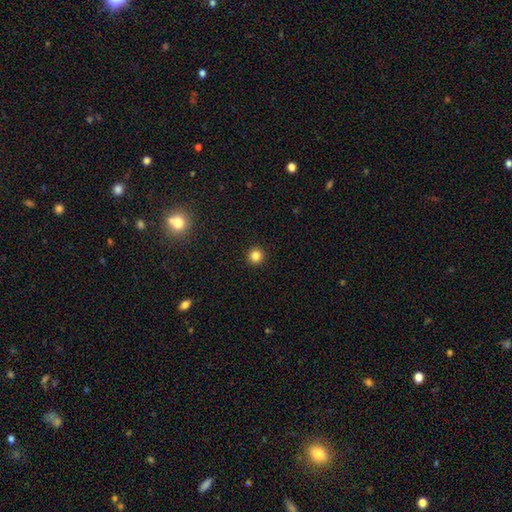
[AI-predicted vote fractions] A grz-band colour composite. It shows a smooth galaxy with no disk features (84%) that is round (95%). Merging: none (93%).